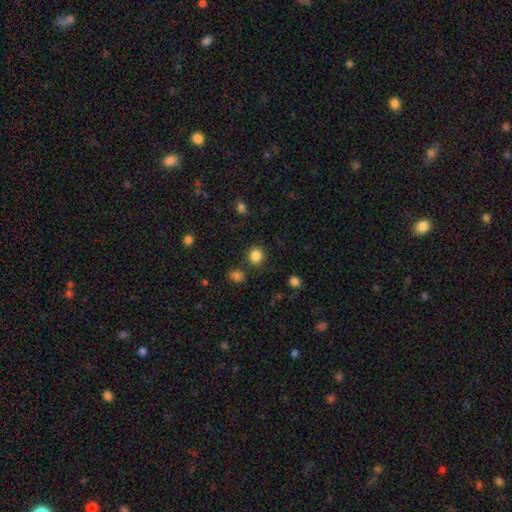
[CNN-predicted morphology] Smooth or featured? Predicted: smooth (p=0.85). How rounded? Predicted: round (p=0.87). Merging? Predicted: none (p=0.86).